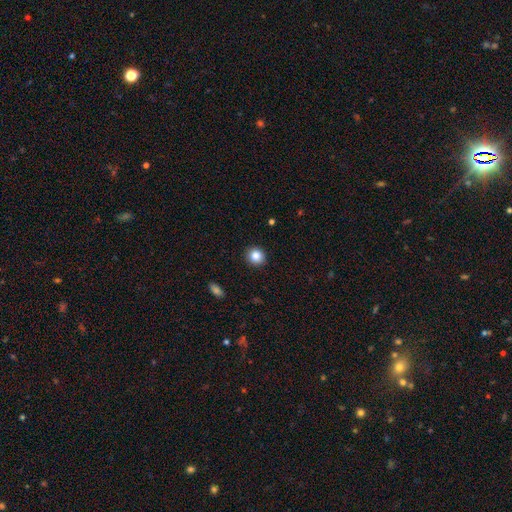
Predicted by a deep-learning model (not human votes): A smooth galaxy with no disk features (85%) that is round (87%).

Vote fractions:
- Smooth or featured? smooth: 85% / star or artifact: 10% / featured or disk: 5%
- How rounded? round: 87% / in between: 12% / cigar-shaped: 1%
- Merging? none: 92% / minor disturbance: 6% / major disturbance: 2% / merger: 1%